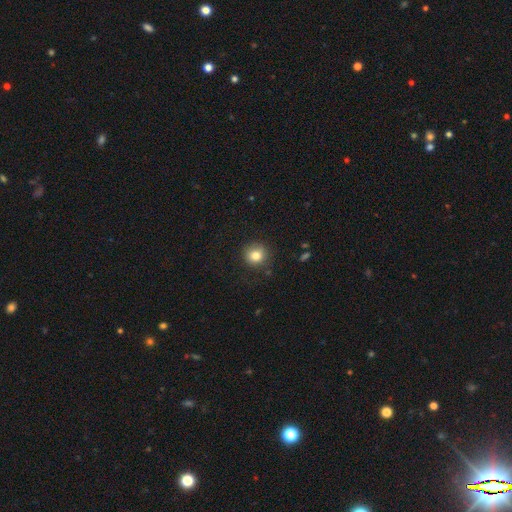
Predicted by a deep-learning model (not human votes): This appears to be a smooth galaxy with no disk features (81%) that is round (91%). Merging: none (85%).